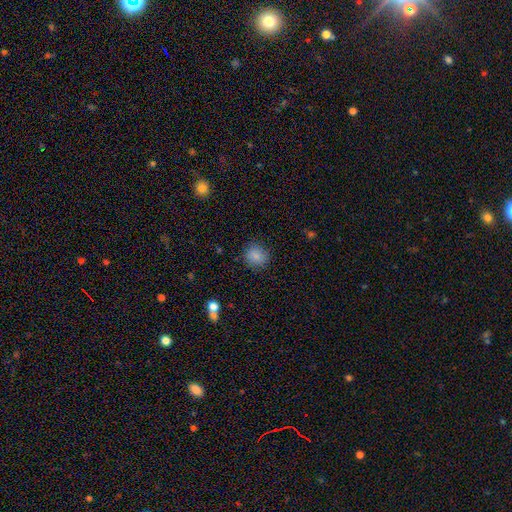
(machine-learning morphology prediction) Smooth or featured? smooth (85%)
How rounded? round (80%)
Merging? none (84%)